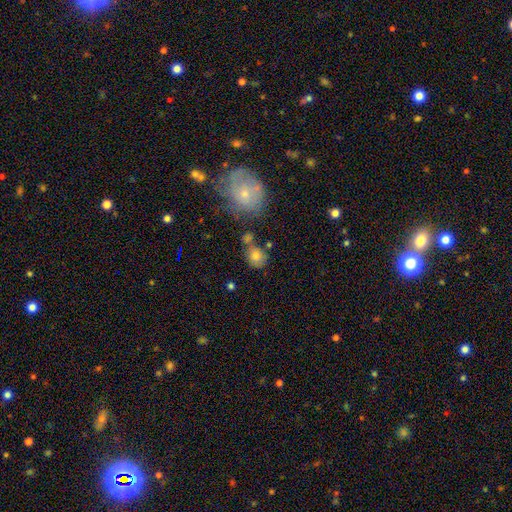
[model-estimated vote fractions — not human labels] This is likely a smooth galaxy (75%). How rounded: likely round (72%). Merging: possibly none (58%).